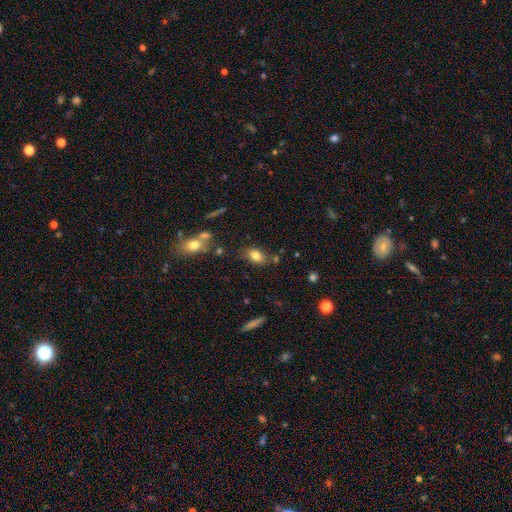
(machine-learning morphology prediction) Smooth or featured? Predicted: smooth (p=0.81). How rounded? Predicted: in between (p=0.84). Merging? Predicted: none (p=0.75).